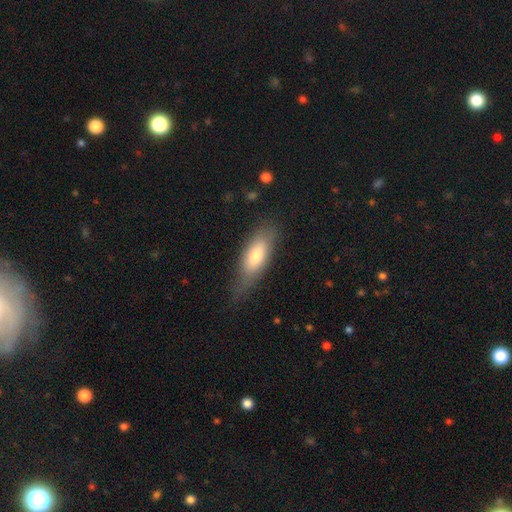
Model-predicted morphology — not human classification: smooth-or-featured: smooth: 70% | featured or disk: 23% | star or artifact: 7%
  how-rounded: in between: 66% | cigar-shaped: 32% | round: 2%
  merging: none: 64% | minor disturbance: 26% | major disturbance: 8% | merger: 2%